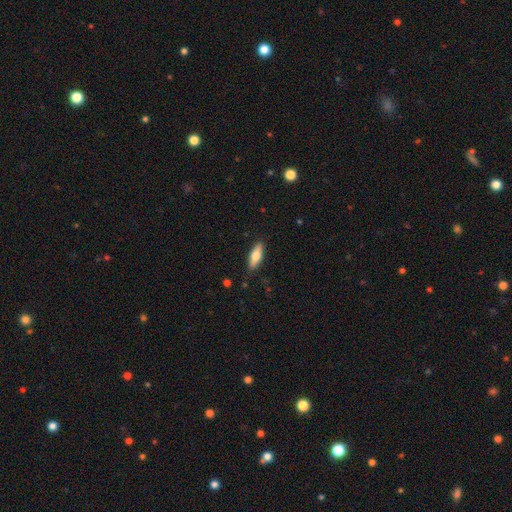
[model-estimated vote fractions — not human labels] smooth-or-featured: smooth: 67% | featured or disk: 27% | star or artifact: 6%
  how-rounded: in between: 57% | cigar-shaped: 41% | round: 2%
  merging: none: 87% | minor disturbance: 10% | major disturbance: 2% | merger: 1%